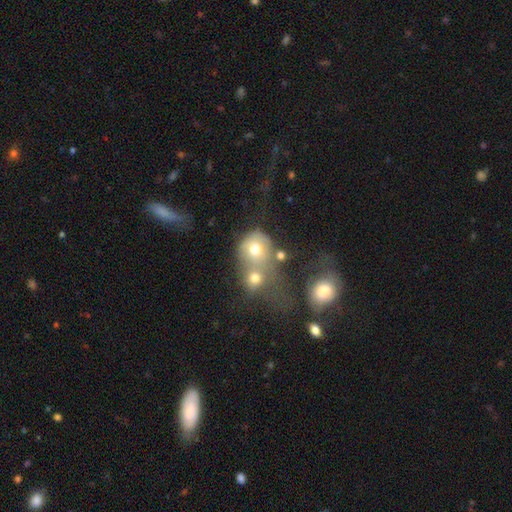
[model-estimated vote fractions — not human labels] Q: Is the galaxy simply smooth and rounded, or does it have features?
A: smooth — 49%.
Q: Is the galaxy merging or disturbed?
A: merger — 59%.